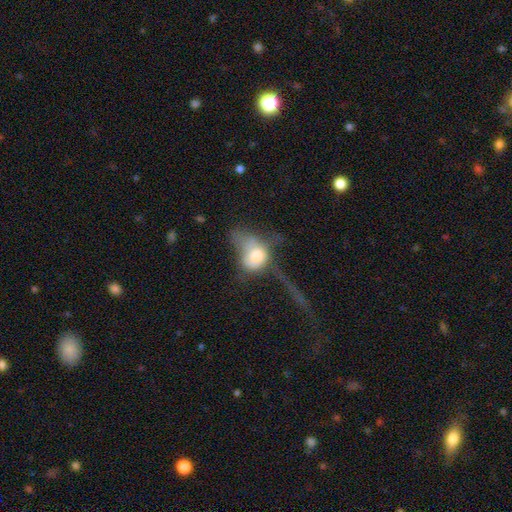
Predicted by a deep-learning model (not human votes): A smooth galaxy with no disk features (59%) that is in between round and cigar-shaped (66%).

Vote fractions:
- Smooth or featured? smooth: 59% / featured or disk: 31% / star or artifact: 10%
- How rounded? in between: 66% / round: 31% / cigar-shaped: 3%
- Merging? major disturbance: 58% / minor disturbance: 15% / none: 14% / merger: 13%